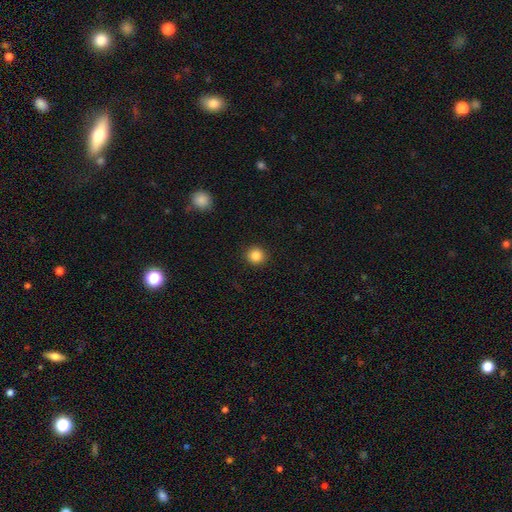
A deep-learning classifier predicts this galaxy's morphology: smooth 86%, star or artifact 10%, featured or disk 4%. Down the decision tree: how rounded — round (92%); merging — none (92%).